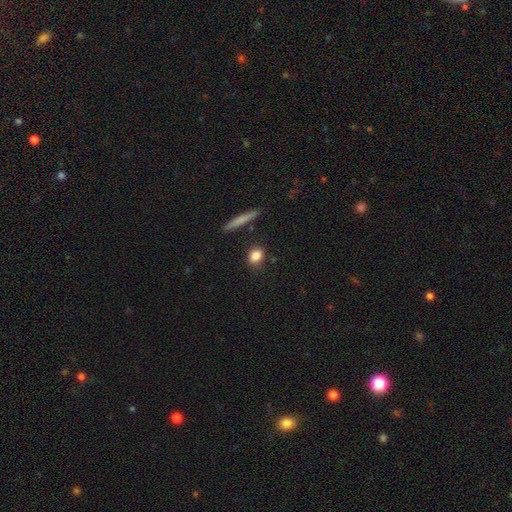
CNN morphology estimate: This appears to be a smooth galaxy with no disk features (84%) that is in between round and cigar-shaped (52%). Merging: none (82%).